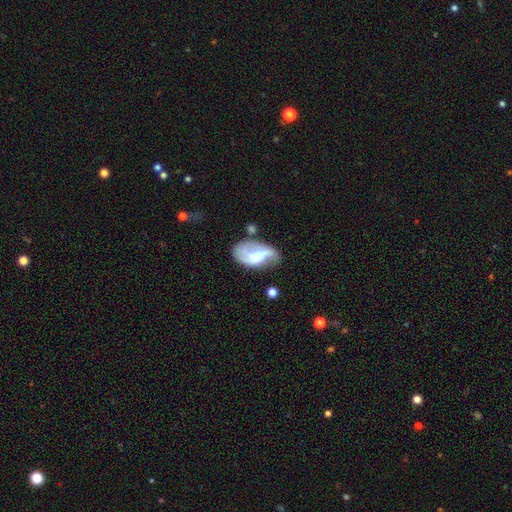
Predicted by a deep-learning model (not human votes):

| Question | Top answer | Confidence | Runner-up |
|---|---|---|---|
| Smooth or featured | featured or disk | 54% | smooth (38%) |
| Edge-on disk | no | 96% | yes (4%) |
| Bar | no | 53% | weak (34%) |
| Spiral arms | yes | 72% | no (28%) |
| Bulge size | none | 38% | small (27%) |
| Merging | none | 36% | minor disturbance (29%) |